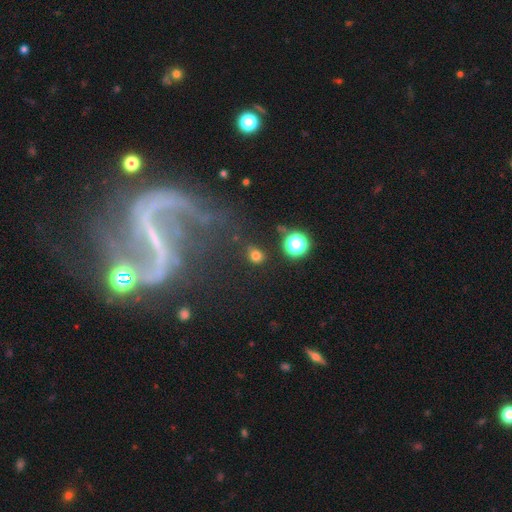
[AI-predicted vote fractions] A smooth galaxy with no disk features (75%) that is round (66%). Merging: none (80%).